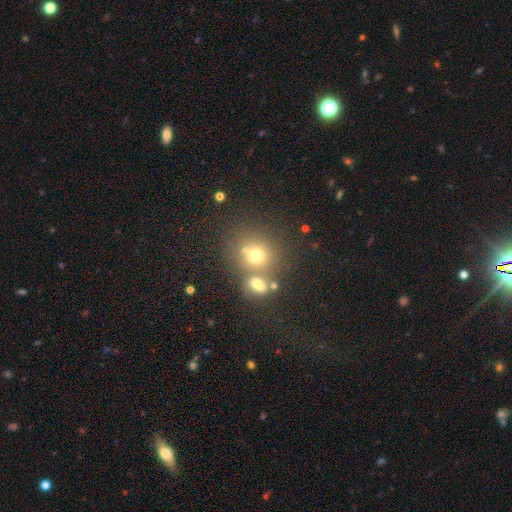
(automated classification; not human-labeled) smooth-or-featured: smooth: 67% | star or artifact: 18% | featured or disk: 15%
  how-rounded: round: 79% | in between: 20% | cigar-shaped: 1%
  merging: none: 46% | merger: 40% | minor disturbance: 9% | major disturbance: 4%